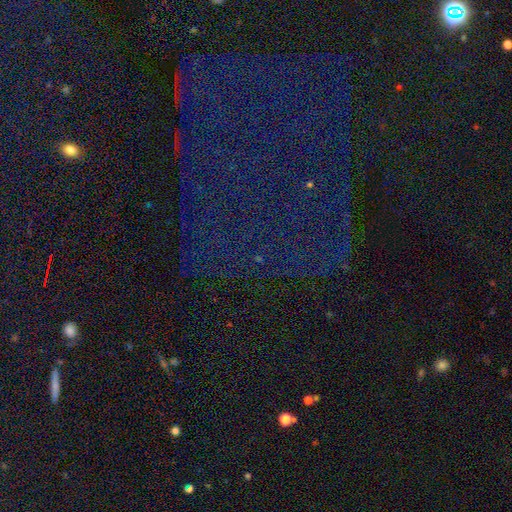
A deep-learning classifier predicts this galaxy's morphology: Smooth or featured? Predicted: star or artifact (p=0.82).